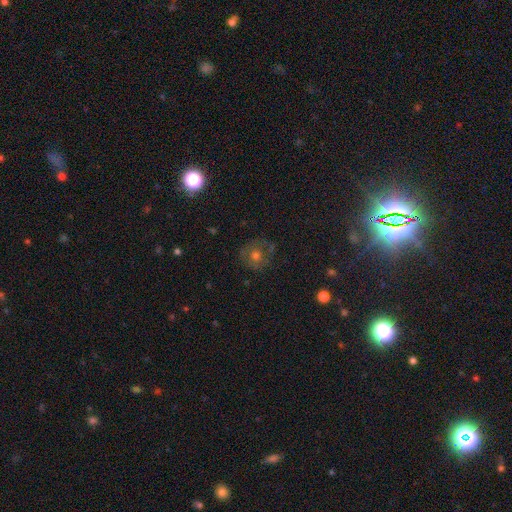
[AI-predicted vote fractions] Smooth or featured?
  - smooth: 47% *
  - featured or disk: 34%
  - star or artifact: 19%
Merging?
  - none: 72% *
  - minor disturbance: 17%
  - major disturbance: 9%
  - merger: 2%